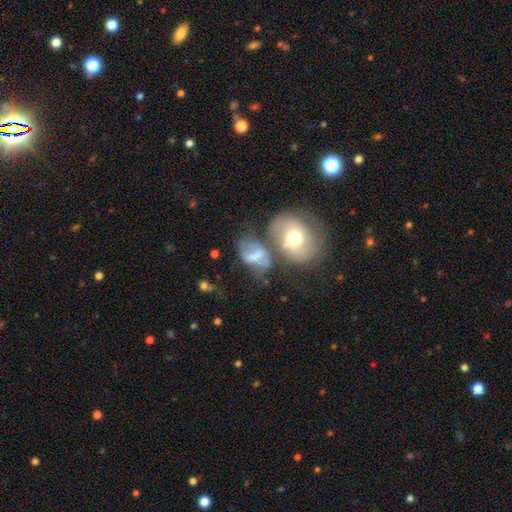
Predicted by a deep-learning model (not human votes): smooth-or-featured: featured or disk: 45% | smooth: 42% | star or artifact: 12%
  merging: merger: 34% | none: 27% | major disturbance: 21% | minor disturbance: 17%